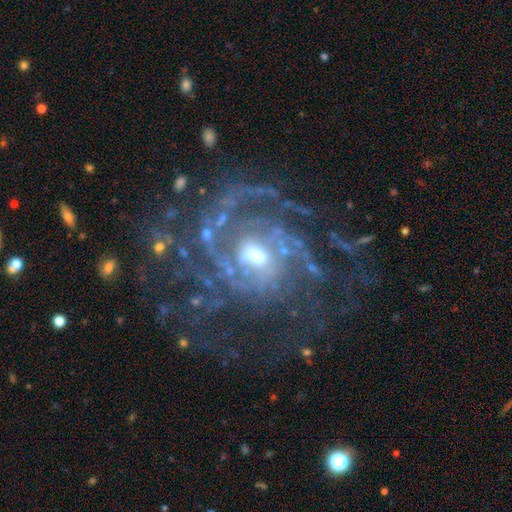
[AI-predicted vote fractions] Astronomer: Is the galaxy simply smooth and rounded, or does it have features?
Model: featured or disk — 89%.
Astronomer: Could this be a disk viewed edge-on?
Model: no — 98%.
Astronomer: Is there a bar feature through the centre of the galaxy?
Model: no — 56% (runner-up: weak, 34%).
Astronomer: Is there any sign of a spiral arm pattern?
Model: yes — 96%.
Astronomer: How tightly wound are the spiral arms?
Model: tight — 49% (runner-up: medium, 38%).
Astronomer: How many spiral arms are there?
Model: can't tell — 24% (runner-up: 2, 21%).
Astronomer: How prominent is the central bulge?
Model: moderate — 64%.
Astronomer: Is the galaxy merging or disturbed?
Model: none — 61%.